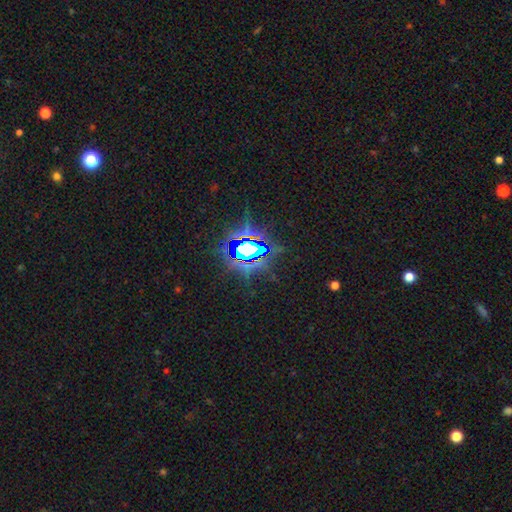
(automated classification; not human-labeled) A star or artifact, not a galaxy (81%).

Vote fractions:
- Smooth or featured? star or artifact: 81% / featured or disk: 9% / smooth: 9%